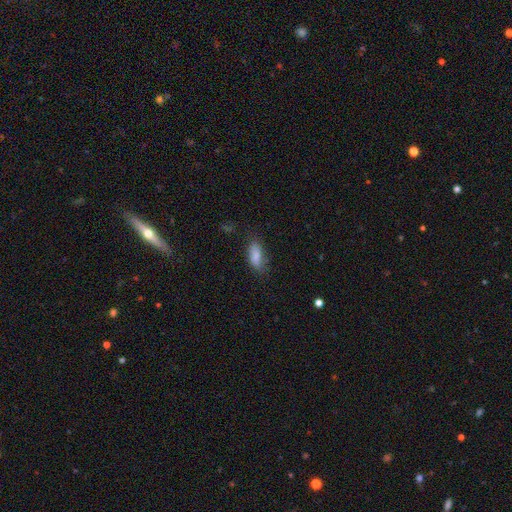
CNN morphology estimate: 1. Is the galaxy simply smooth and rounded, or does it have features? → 82% smooth, 10% featured or disk, 7% star or artifact.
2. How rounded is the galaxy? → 84% in between, 14% cigar-shaped, 2% round.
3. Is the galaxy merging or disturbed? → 67% none, 24% minor disturbance, 7% major disturbance, 2% merger.